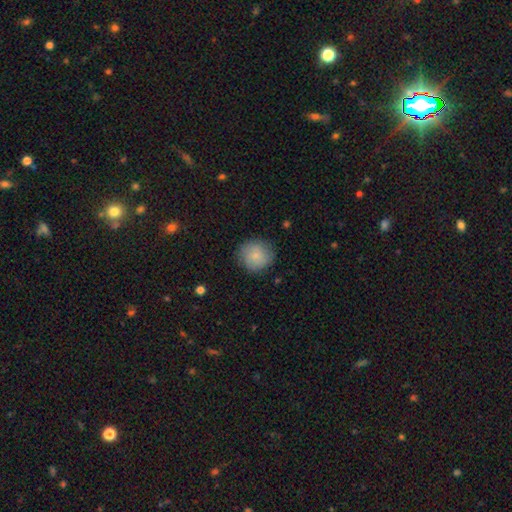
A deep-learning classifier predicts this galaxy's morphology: smooth-or-featured: smooth: 83% | featured or disk: 10% | star or artifact: 7%
  how-rounded: round: 91% | in between: 8% | cigar-shaped: 1%
  merging: none: 82% | minor disturbance: 13% | major disturbance: 3% | merger: 1%